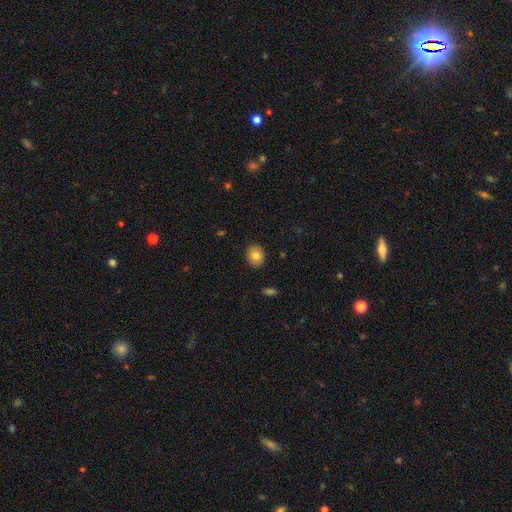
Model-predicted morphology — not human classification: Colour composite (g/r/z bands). It shows a smooth galaxy with no disk features (80%) that is round (73%). Merging: none (90%).